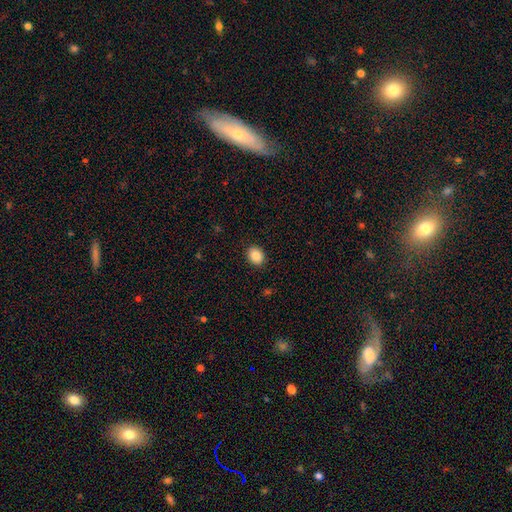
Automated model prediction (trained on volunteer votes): Smooth or featured?
  - smooth: 87% *
  - star or artifact: 8%
  - featured or disk: 5%
How rounded?
  - in between: 56% *
  - round: 43%
  - cigar-shaped: 1%
Merging?
  - none: 91% *
  - minor disturbance: 7%
  - major disturbance: 2%
  - merger: 1%